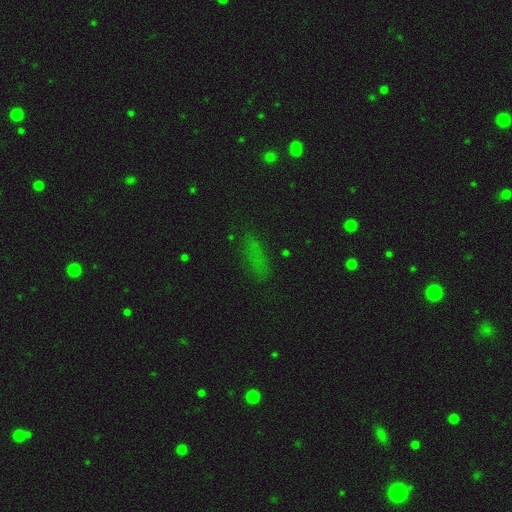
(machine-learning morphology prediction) smooth-or-featured: smooth: 55% | star or artifact: 33% | featured or disk: 12%
  how-rounded: in between: 56% | cigar-shaped: 36% | round: 8%
  merging: none: 75% | minor disturbance: 15% | major disturbance: 8% | merger: 3%